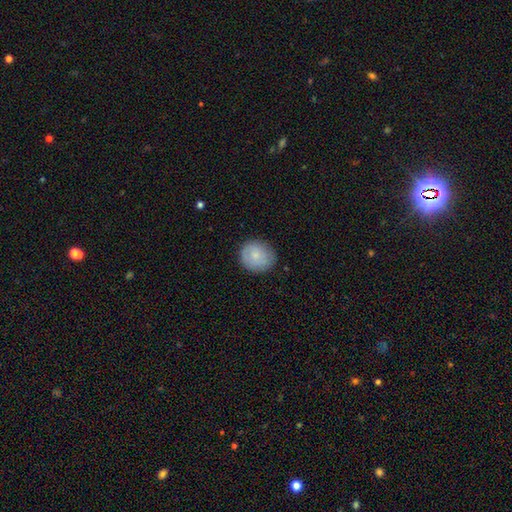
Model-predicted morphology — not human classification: Q: Smooth or featured?
A: smooth (78%); runner-up: featured or disk (15%)
Q: How rounded?
A: round (80%); runner-up: in between (19%)
Q: Merging?
A: none (82%); runner-up: minor disturbance (14%)